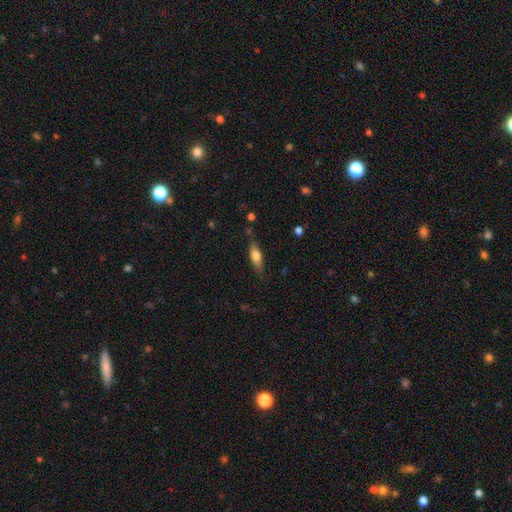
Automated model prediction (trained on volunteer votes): Smooth or featured?
  - smooth: 63% *
  - featured or disk: 30%
  - star or artifact: 7%
How rounded?
  - in between: 50% *
  - cigar-shaped: 47%
  - round: 3%
Merging?
  - none: 75% *
  - minor disturbance: 18%
  - major disturbance: 4%
  - merger: 3%